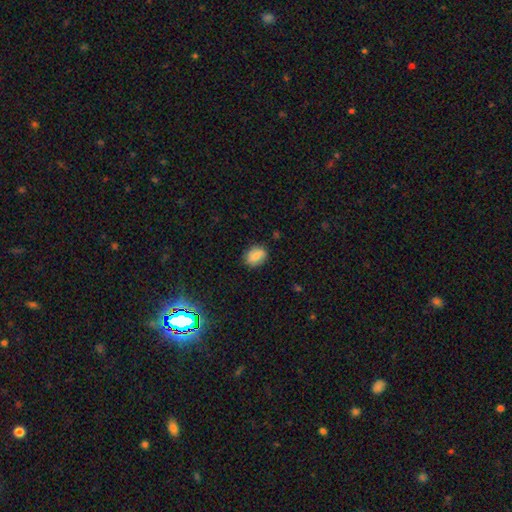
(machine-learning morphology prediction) type=smooth (82%); roundness=in between (62%); merging=none (81%).